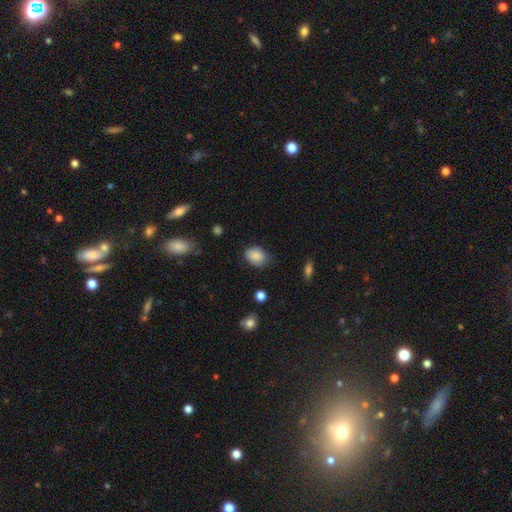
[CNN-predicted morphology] Q: Smooth or featured?
A: smooth (87%); runner-up: star or artifact (8%)
Q: How rounded?
A: in between (78%); runner-up: round (21%)
Q: Merging?
A: none (71%); runner-up: minor disturbance (23%)